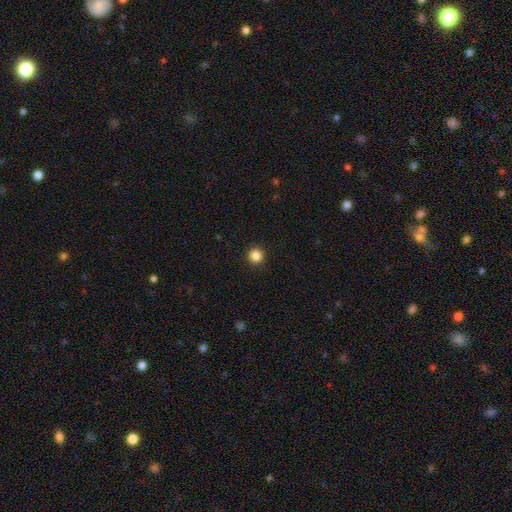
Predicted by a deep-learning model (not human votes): A smooth galaxy with no disk features (86%) that is round (96%).

Vote fractions:
- Smooth or featured? smooth: 86% / star or artifact: 11% / featured or disk: 3%
- How rounded? round: 96% / in between: 3% / cigar-shaped: 1%
- Merging? none: 93% / minor disturbance: 5% / major disturbance: 2% / merger: 1%